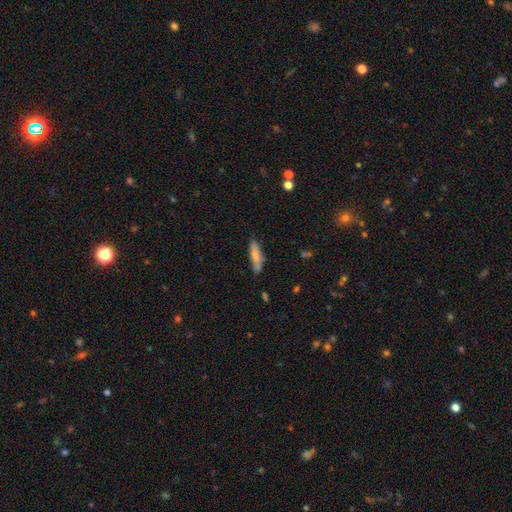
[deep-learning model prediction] smooth_or_featured: smooth (p=0.74) [alt: featured or disk p=0.19]
how_rounded: cigar-shaped (p=0.69) [alt: in between p=0.29]
merging: none (p=0.69) [alt: minor disturbance p=0.23]